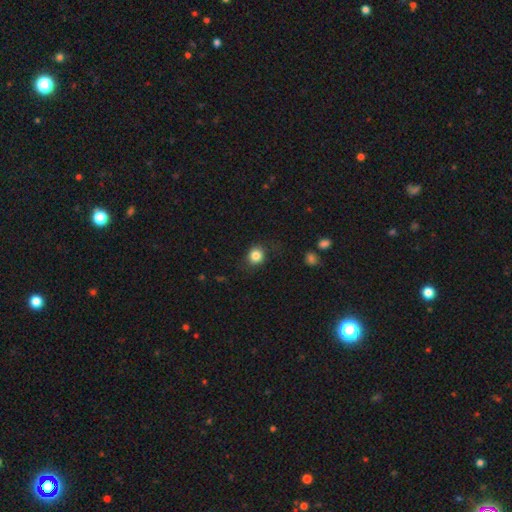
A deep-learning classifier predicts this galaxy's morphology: Overall: smooth (84%). How rounded: round (82%). Merging: none (82%).